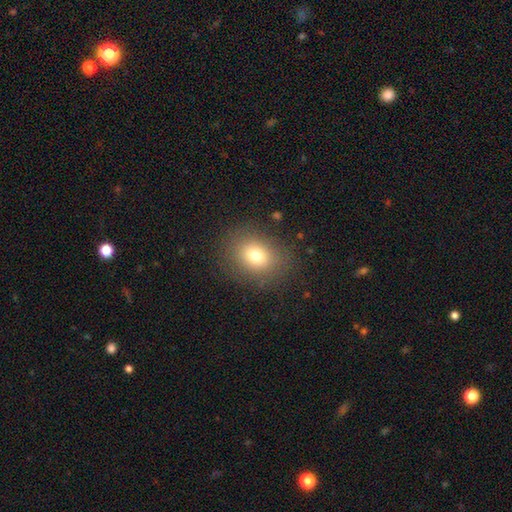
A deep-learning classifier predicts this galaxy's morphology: type=smooth (75%); roundness=round (59%); merging=none (85%).